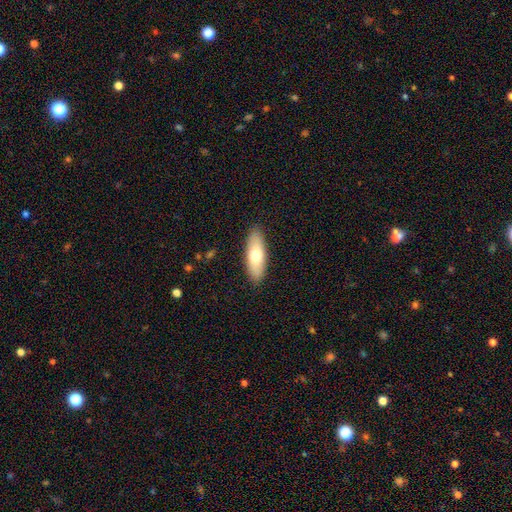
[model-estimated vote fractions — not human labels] smooth_or_featured: smooth (p=0.70) [alt: featured or disk p=0.24]
how_rounded: in between (p=0.67) [alt: cigar-shaped p=0.31]
merging: none (p=0.88) [alt: minor disturbance p=0.09]